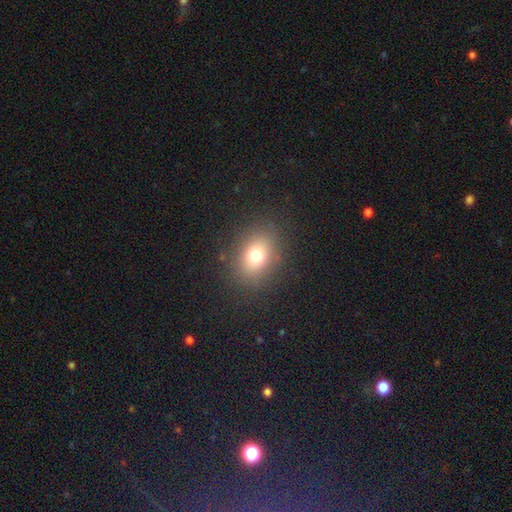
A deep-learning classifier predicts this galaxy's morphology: This is likely a smooth galaxy (73%). How rounded: possibly in between (55%). Merging: clearly none (84%).